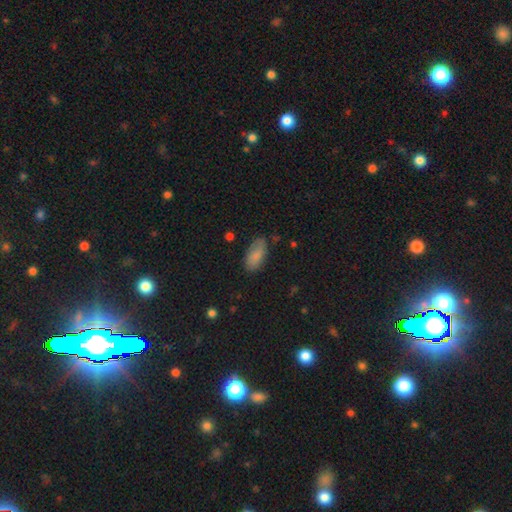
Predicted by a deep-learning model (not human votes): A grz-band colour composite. It shows a smooth galaxy with no disk features (83%) that is in between round and cigar-shaped (91%). Merging: none (71%).